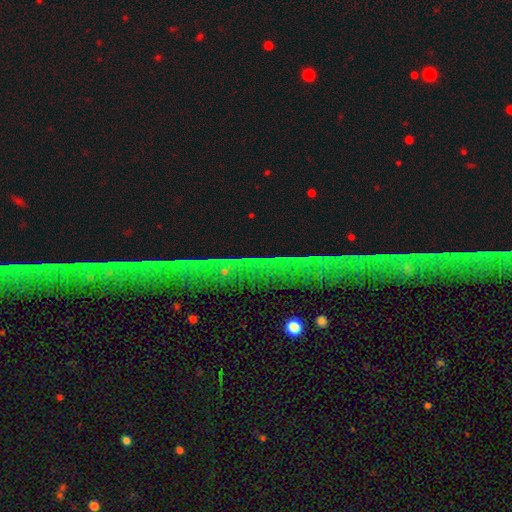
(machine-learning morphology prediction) Smooth or featured: star or artifact — 75% (featured or disk — 13%)